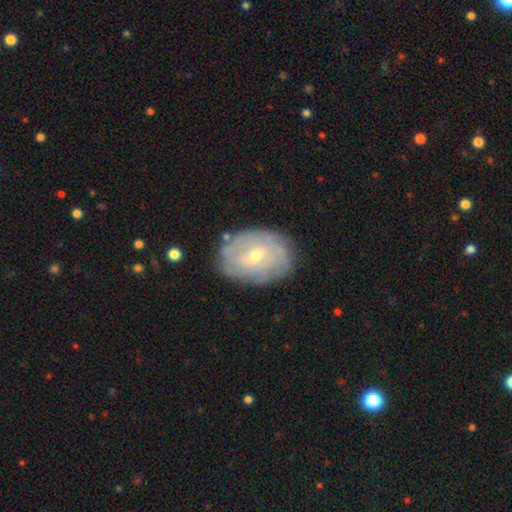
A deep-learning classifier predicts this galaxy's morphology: Smooth or featured: featured or disk — 67% (smooth — 27%)
Edge-on disk: no — 96% (yes — 4%)
Bar: no — 53% (weak — 39%)
Spiral arms: yes — 74% (no — 26%)
Bulge size: small — 54% (moderate — 43%)
Merging: none — 79% (minor disturbance — 15%)